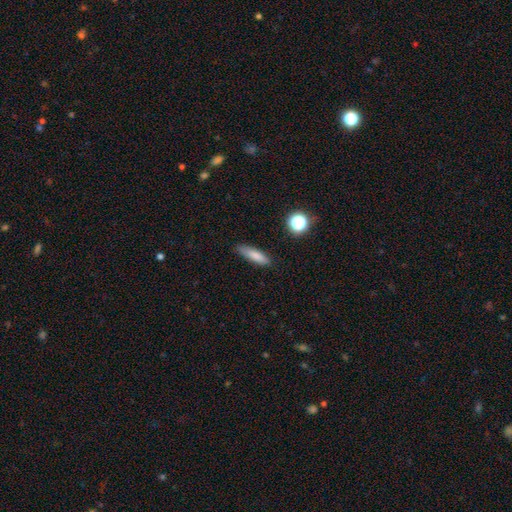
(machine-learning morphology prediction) A smooth galaxy with no disk features (80%) that is cigar-shaped (67%). Merging: none (81%).